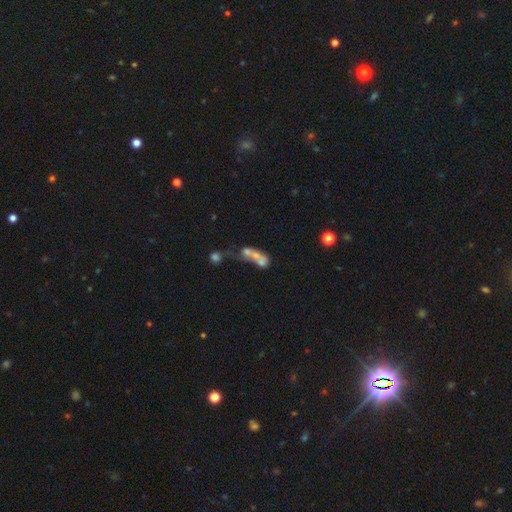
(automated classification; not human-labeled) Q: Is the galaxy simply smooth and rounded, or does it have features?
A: smooth — 49%.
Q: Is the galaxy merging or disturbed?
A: merger — 62%.